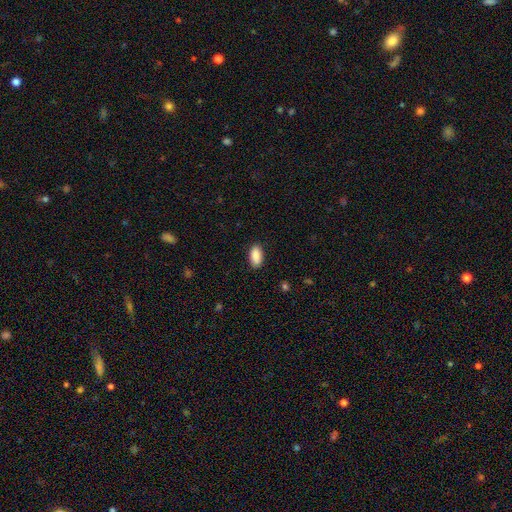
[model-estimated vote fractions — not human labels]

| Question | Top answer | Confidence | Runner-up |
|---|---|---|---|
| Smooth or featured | smooth | 90% | star or artifact (7%) |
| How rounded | in between | 92% | cigar-shaped (6%) |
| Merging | none | 87% | minor disturbance (10%) |